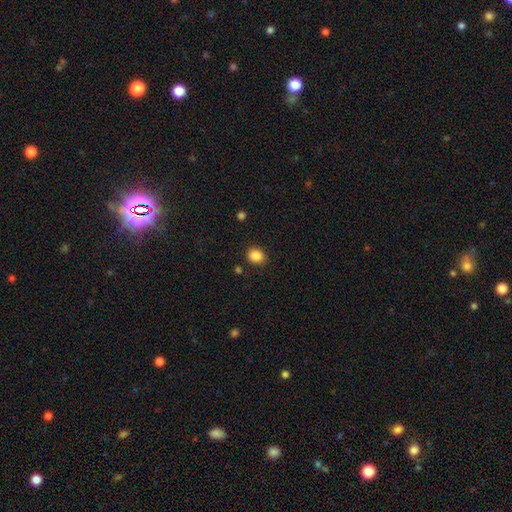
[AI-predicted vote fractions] Overall: smooth (86%). How rounded: round (69%; in between 30%). Merging: none (86%).